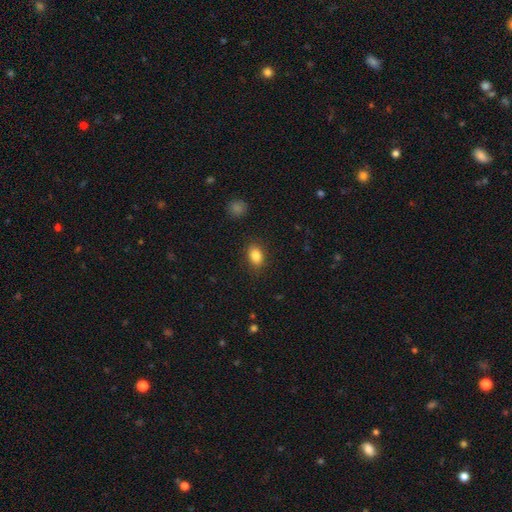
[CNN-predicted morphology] A smooth galaxy with no disk features (85%) that is in between round and cigar-shaped (76%). Merging: none (86%).